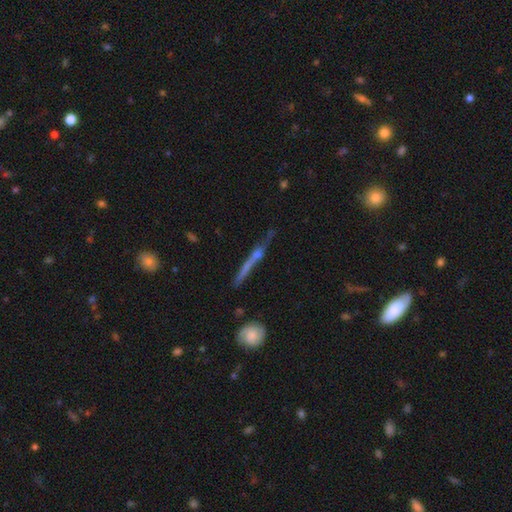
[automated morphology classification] Smooth or featured? Predicted: featured or disk (p=0.58). Edge-on disk? Predicted: yes (p=0.89). Edge-on bulge? Predicted: none (p=0.61). Merging? Predicted: none (p=0.67).